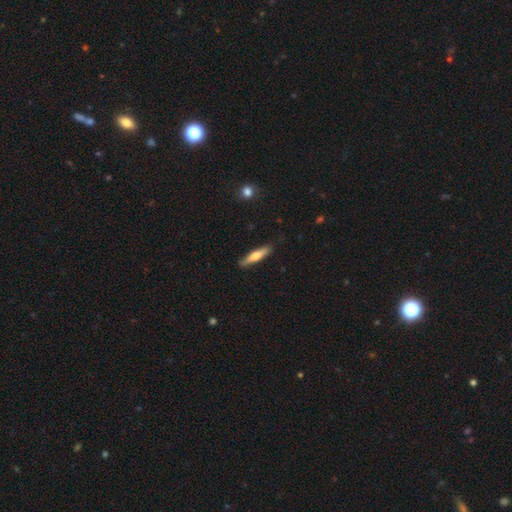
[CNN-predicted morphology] type=smooth (62%); roundness=cigar-shaped (83%); merging=none (87%).